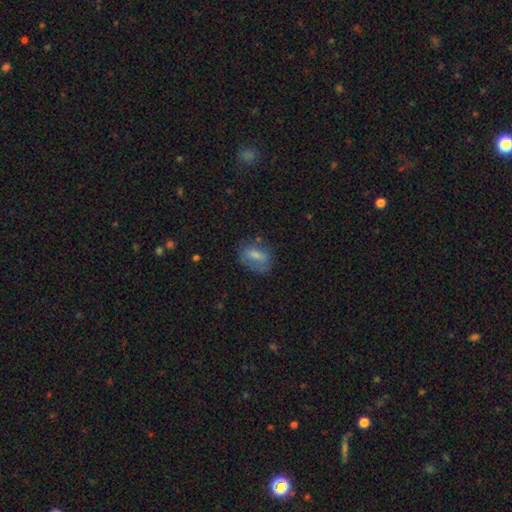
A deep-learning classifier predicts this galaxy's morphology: Smooth or featured? Predicted: smooth (p=0.64). How rounded? Predicted: in between (p=0.73). Merging? Predicted: none (p=0.56).